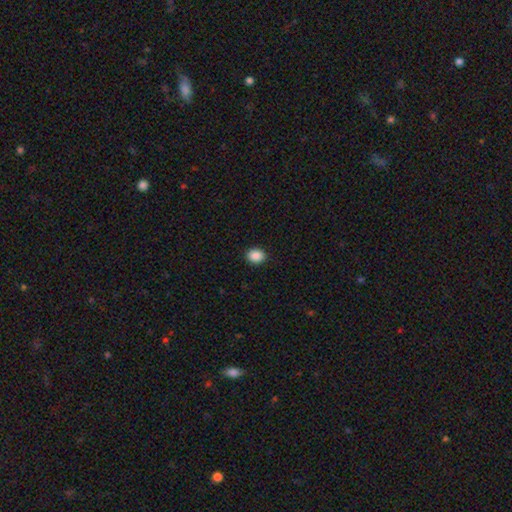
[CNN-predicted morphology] smooth 89%, star or artifact 8%, featured or disk 3%. Down the decision tree: how rounded — round (51%); merging — none (91%).